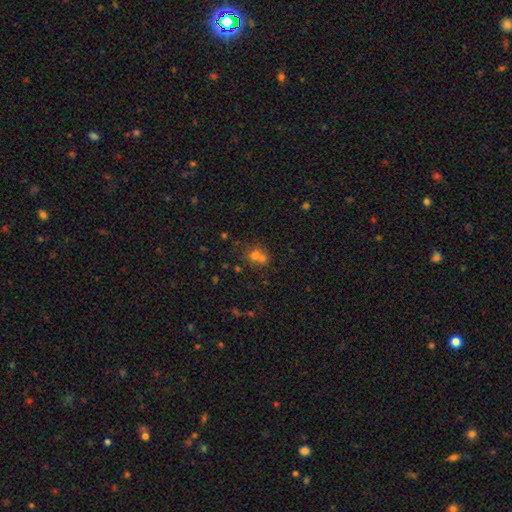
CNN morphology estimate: smooth-or-featured: smooth: 65% | star or artifact: 20% | featured or disk: 15%
  how-rounded: round: 73% | in between: 26% | cigar-shaped: 1%
  merging: merger: 48% | none: 38% | minor disturbance: 9% | major disturbance: 4%